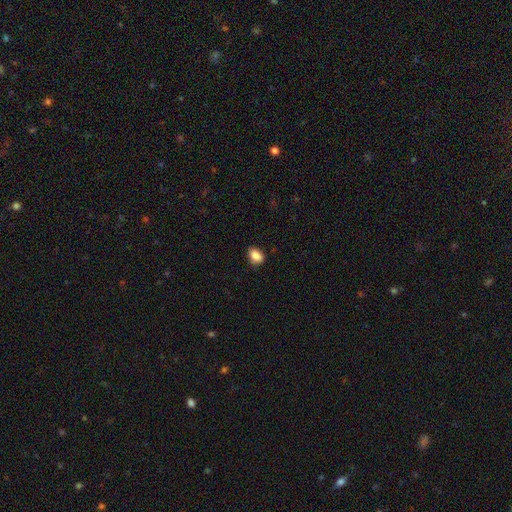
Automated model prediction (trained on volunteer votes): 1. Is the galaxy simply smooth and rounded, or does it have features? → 87% smooth, 9% star or artifact, 4% featured or disk.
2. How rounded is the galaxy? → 80% in between, 18% round, 1% cigar-shaped.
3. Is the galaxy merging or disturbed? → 81% none, 15% minor disturbance, 3% major disturbance, 1% merger.